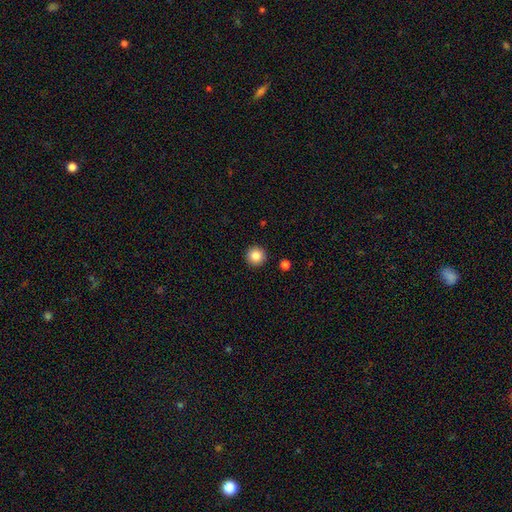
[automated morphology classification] This appears to be a smooth galaxy with no disk features (86%) that is round (96%). Merging: none (92%).